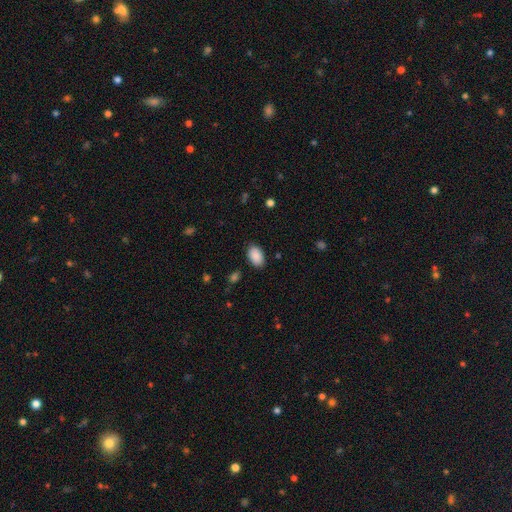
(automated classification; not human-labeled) smooth-or-featured: smooth: 90% | star or artifact: 7% | featured or disk: 4%
  how-rounded: in between: 92% | round: 7% | cigar-shaped: 1%
  merging: none: 86% | minor disturbance: 10% | major disturbance: 3% | merger: 1%